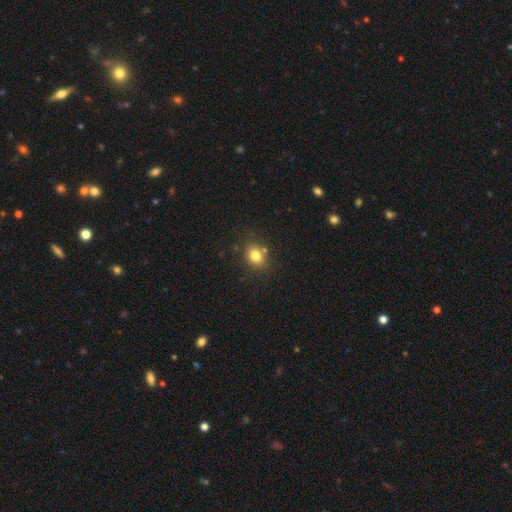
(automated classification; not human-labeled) A smooth galaxy with no disk features (80%) that is round (51%). Merging: none (75%).